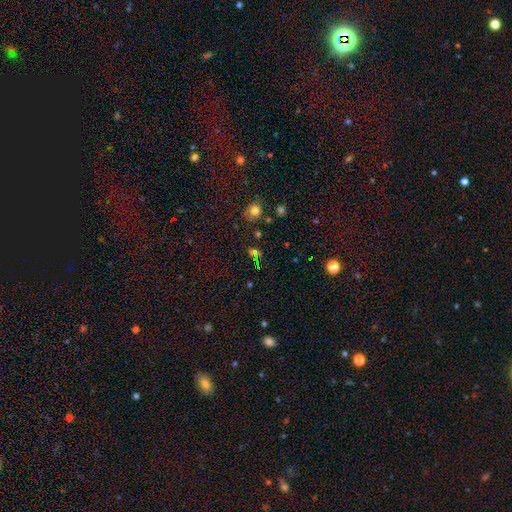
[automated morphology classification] This appears to be a star or artifact, not a galaxy (55%).